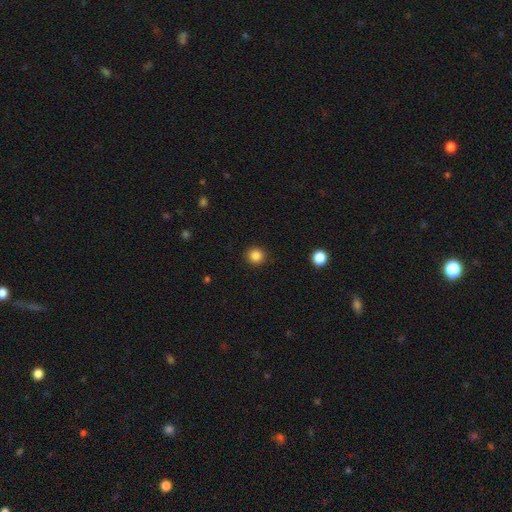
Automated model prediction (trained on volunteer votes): This is clearly a smooth galaxy (85%). How rounded: clearly round (93%). Merging: clearly none (91%).